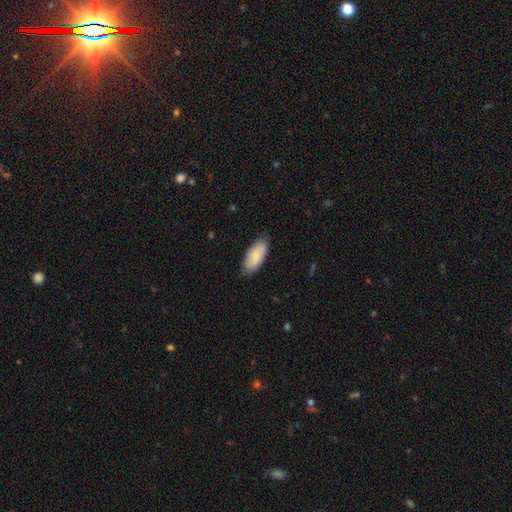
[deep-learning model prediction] This is clearly a smooth galaxy (81%). How rounded: clearly in between (88%). Merging: clearly none (82%).